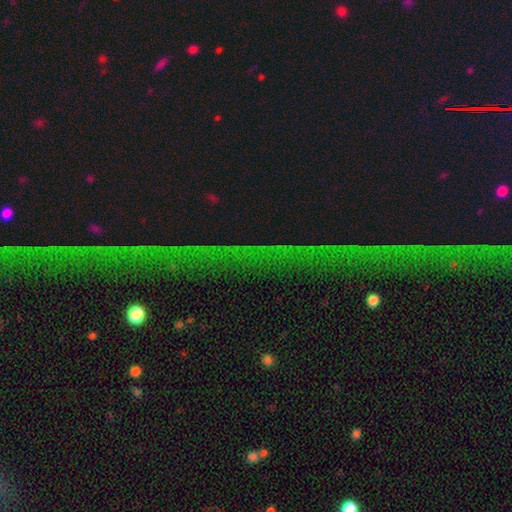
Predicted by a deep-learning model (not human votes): Q: Smooth or featured?
A: star or artifact (74%); runner-up: featured or disk (13%)